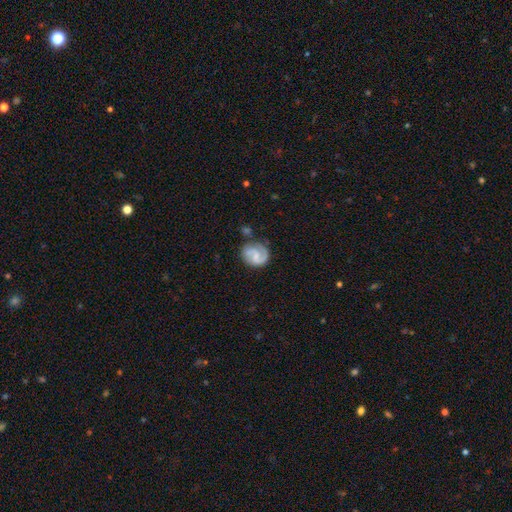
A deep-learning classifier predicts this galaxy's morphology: This is likely a featured or disk galaxy (79%). It is clearly not viewed edge-on (98%). Bar: possibly weak (48%). Spiral arm pattern: clearly yes (96%). Spiral arm count: clearly 2 (82%). Spiral winding: possibly medium (48%). Central bulge: marginally small (38%). Merging: likely none (69%).